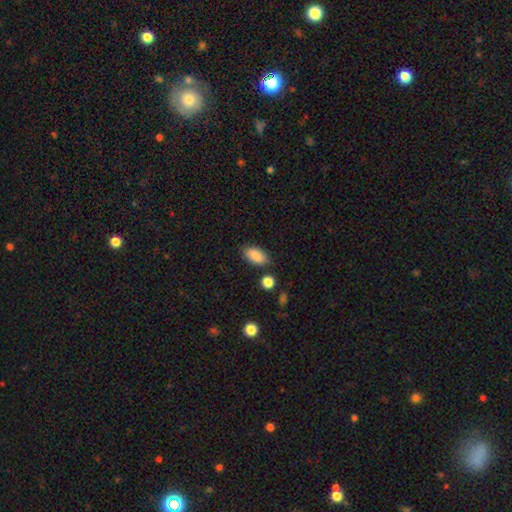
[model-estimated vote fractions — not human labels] Smooth or featured? Predicted: smooth (p=0.86). How rounded? Predicted: in between (p=0.92). Merging? Predicted: none (p=0.82).